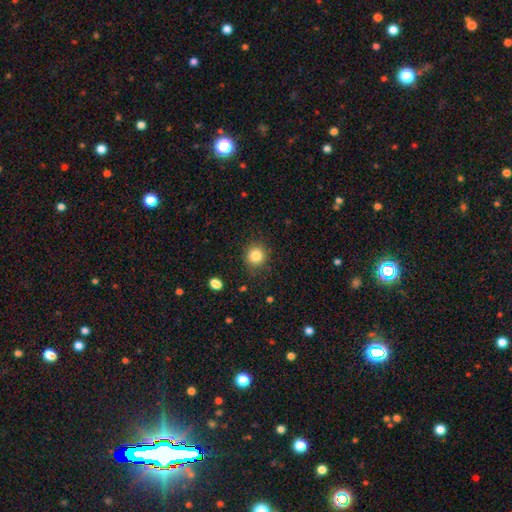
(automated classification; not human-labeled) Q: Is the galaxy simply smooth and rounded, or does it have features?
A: smooth — 83%.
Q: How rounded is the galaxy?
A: round — 88%.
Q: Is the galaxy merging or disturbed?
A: none — 87%.